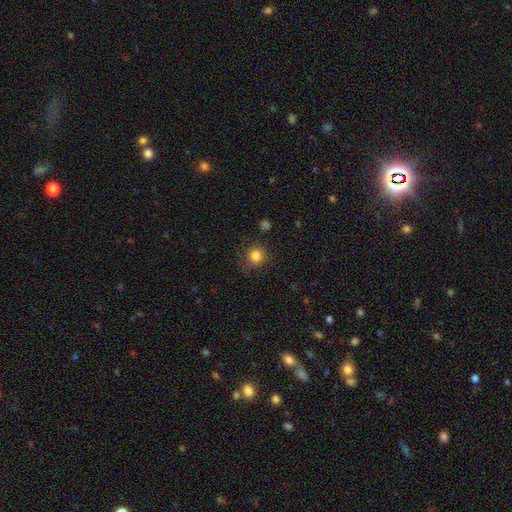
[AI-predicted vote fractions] This is clearly a smooth galaxy (83%). How rounded: clearly round (92%). Merging: clearly none (83%).